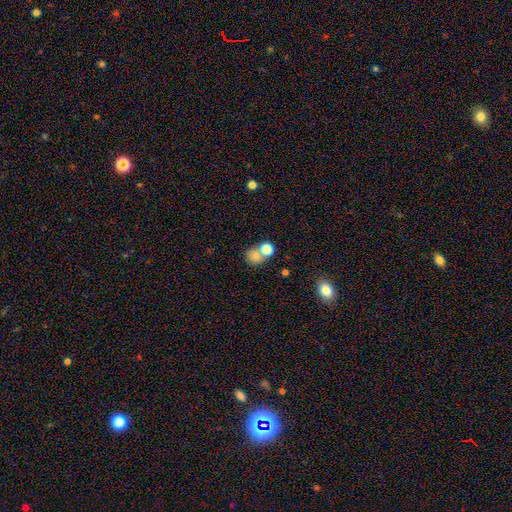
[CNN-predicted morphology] type=smooth (76%); roundness=round (73%); merging=merger (45%).